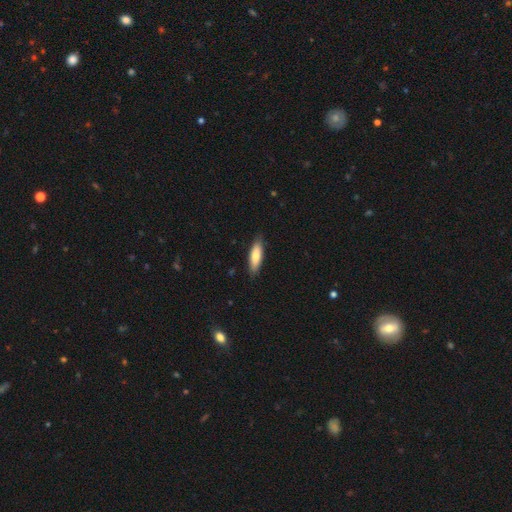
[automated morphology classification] smooth 78%, featured or disk 16%, star or artifact 6%. Down the decision tree: how rounded — cigar-shaped (52%); merging — none (85%).